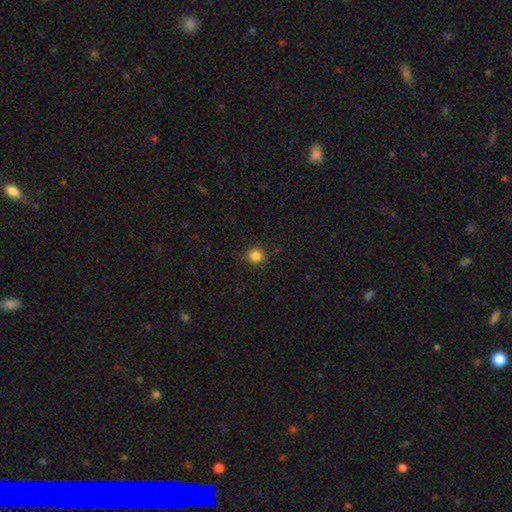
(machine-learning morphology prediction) The model was most divided on "smooth or featured": smooth: 84%, star or artifact: 12%, featured or disk: 4%. More confident: how rounded — round (90%); merging — none (89%).